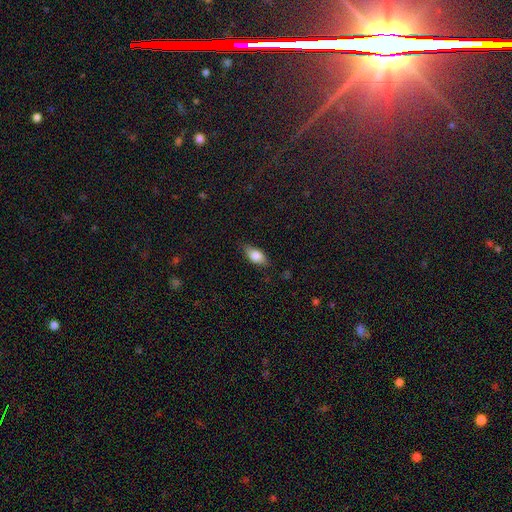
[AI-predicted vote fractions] This is likely a smooth galaxy (80%). How rounded: clearly in between (87%). Merging: clearly none (80%).